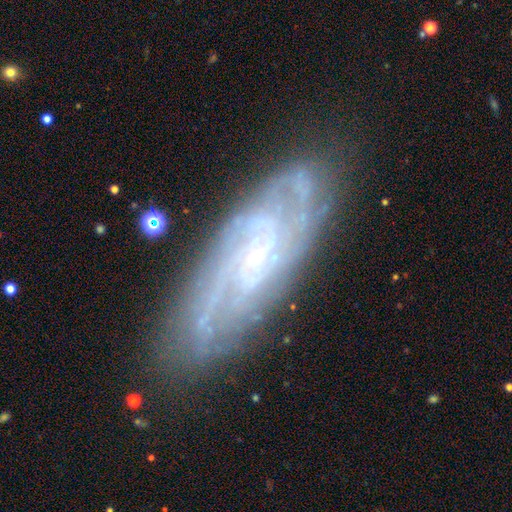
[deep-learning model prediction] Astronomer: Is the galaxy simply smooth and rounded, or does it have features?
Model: featured or disk — 83%.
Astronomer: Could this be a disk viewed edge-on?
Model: no — 88%.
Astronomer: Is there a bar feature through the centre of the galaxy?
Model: no — 64%.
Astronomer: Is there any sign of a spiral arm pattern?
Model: yes — 95%.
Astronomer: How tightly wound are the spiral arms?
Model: tight — 65%.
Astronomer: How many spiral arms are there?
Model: can't tell — 34% (runner-up: 4, 18%).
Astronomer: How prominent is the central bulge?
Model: small — 83%.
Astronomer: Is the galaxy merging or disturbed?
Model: none — 80%.